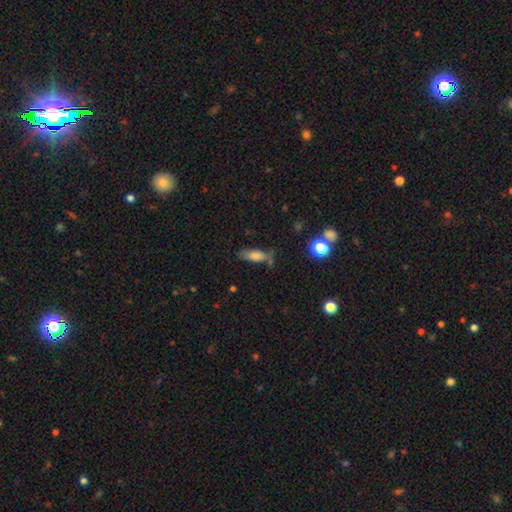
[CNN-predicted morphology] A smooth galaxy with no disk features (72%) that is in between round and cigar-shaped (65%).

Vote fractions:
- Smooth or featured? smooth: 72% / featured or disk: 17% / star or artifact: 10%
- How rounded? in between: 65% / cigar-shaped: 31% / round: 4%
- Merging? none: 60% / minor disturbance: 25% / major disturbance: 8% / merger: 7%